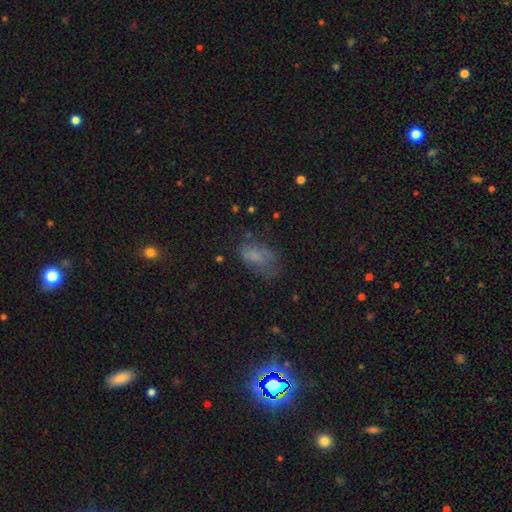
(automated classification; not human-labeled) The model was most divided on "merging": none: 42%, minor disturbance: 28%, major disturbance: 27%, merger: 4%. More confident: how rounded — in between (88%); smooth or featured — smooth (63%).